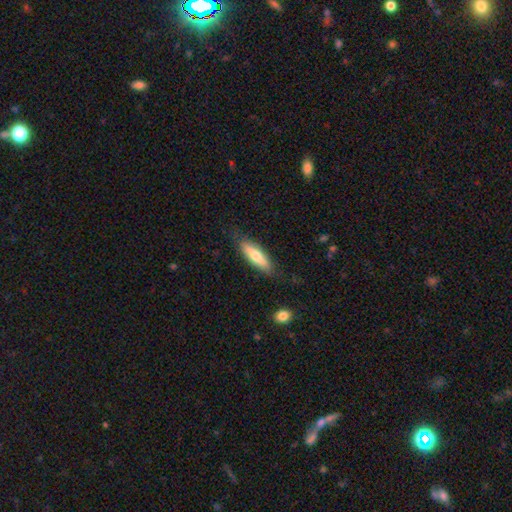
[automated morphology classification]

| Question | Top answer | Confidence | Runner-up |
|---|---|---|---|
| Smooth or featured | smooth | 64% | featured or disk (31%) |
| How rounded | cigar-shaped | 58% | in between (40%) |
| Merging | none | 81% | minor disturbance (14%) |